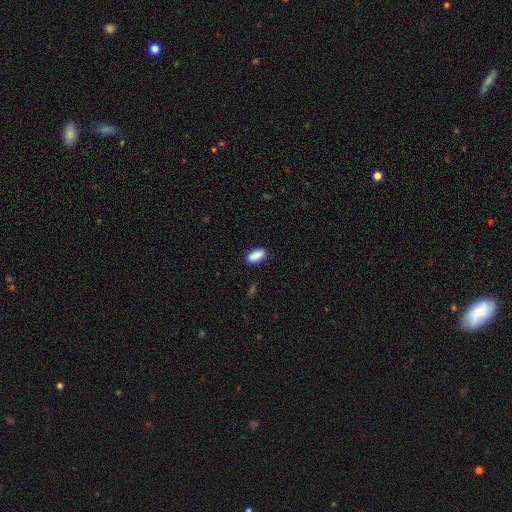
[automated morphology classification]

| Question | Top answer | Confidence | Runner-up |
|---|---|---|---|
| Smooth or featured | smooth | 89% | star or artifact (7%) |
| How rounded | in between | 93% | cigar-shaped (4%) |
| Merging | none | 87% | minor disturbance (10%) |